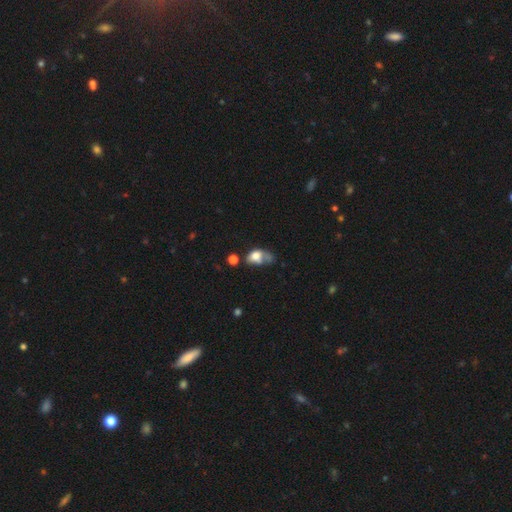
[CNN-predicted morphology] Smooth or featured: smooth — 67% (featured or disk — 22%)
How rounded: in between — 76% (round — 21%)
Merging: major disturbance — 33% (merger — 25%)